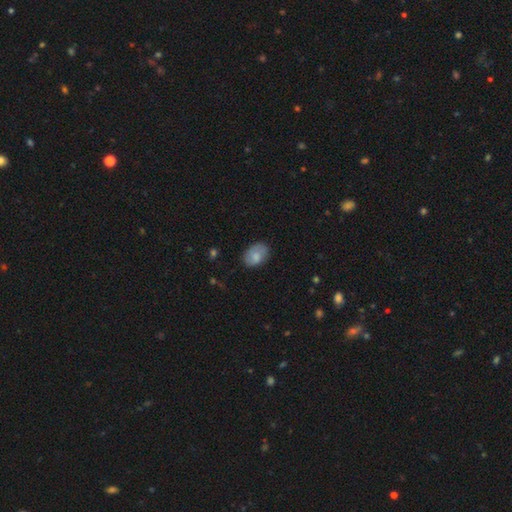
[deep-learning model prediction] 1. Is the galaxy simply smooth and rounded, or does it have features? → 76% smooth, 17% featured or disk, 7% star or artifact.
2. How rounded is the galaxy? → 82% in between, 17% round, 1% cigar-shaped.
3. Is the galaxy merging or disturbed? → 77% none, 18% minor disturbance, 4% major disturbance, 1% merger.